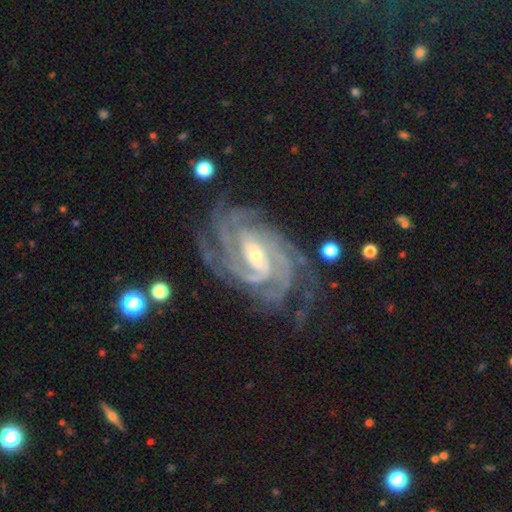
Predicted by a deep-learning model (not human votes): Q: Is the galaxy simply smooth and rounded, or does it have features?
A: featured or disk — 92%.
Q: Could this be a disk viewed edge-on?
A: no — 97%.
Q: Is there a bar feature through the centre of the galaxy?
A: weak — 39%.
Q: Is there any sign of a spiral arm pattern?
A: yes — 98%.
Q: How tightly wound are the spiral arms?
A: tight — 66%.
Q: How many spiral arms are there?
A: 4 — 28%.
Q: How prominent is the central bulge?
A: small — 66%.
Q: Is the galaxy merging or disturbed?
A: none — 68%.